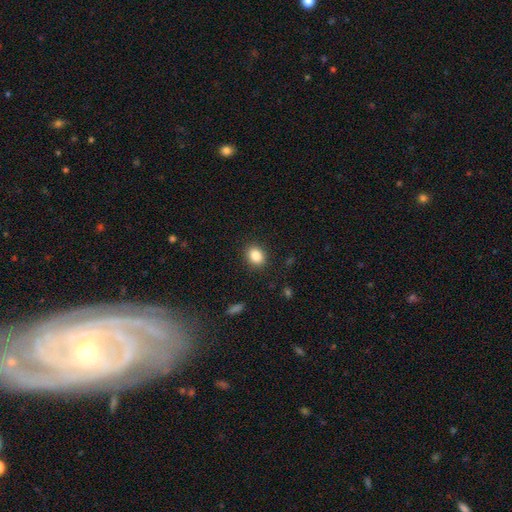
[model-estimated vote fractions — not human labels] This is clearly a smooth galaxy (86%). How rounded: possibly in between (52%). Merging: clearly none (89%).